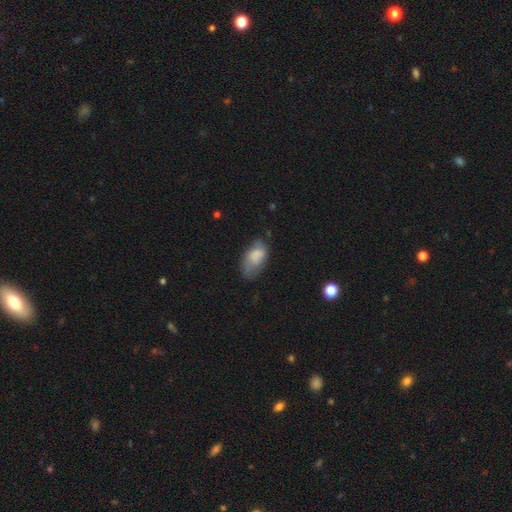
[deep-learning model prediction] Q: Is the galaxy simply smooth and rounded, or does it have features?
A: smooth — 75%.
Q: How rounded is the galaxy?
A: in between — 92%.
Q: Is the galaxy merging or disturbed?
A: none — 45%.